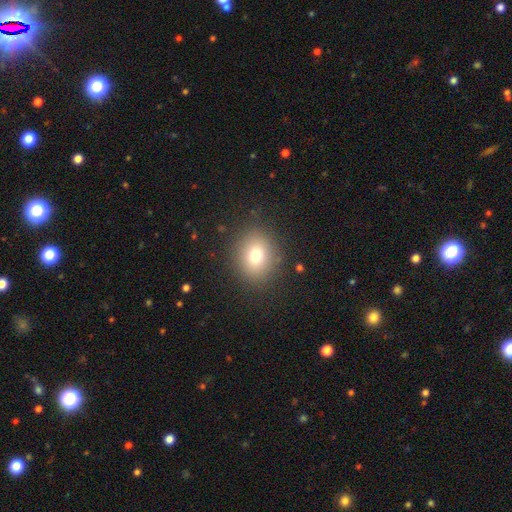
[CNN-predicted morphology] A smooth galaxy with no disk features (74%) that is round (70%).

Vote fractions:
- Smooth or featured? smooth: 74% / star or artifact: 14% / featured or disk: 12%
- How rounded? round: 70% / in between: 30% / cigar-shaped: 1%
- Merging? none: 86% / minor disturbance: 8% / major disturbance: 4% / merger: 1%